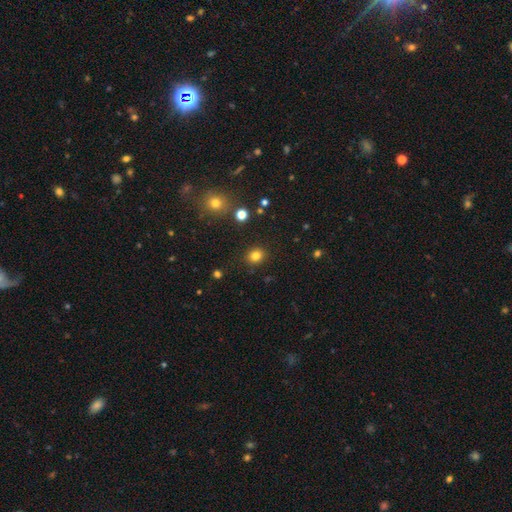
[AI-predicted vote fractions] A smooth galaxy with no disk features (82%) that is round (71%). Merging: none (88%).